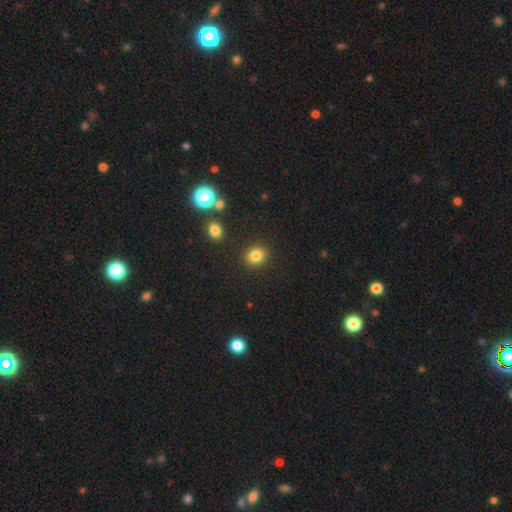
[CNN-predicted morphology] This is clearly a smooth galaxy (82%). How rounded: likely round (68%). Merging: clearly none (87%).